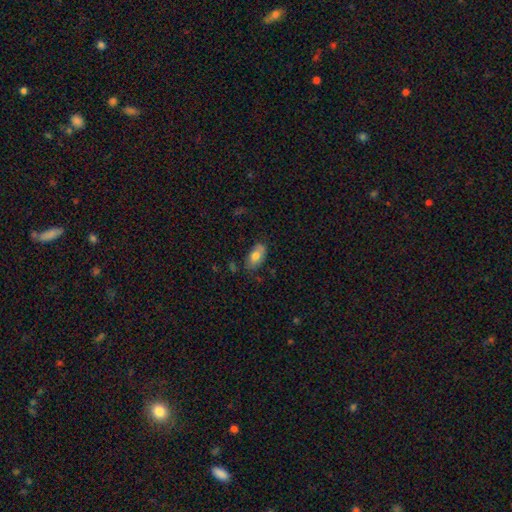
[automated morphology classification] Smooth or featured?
  - smooth: 73% *
  - featured or disk: 20%
  - star or artifact: 7%
How rounded?
  - in between: 93% *
  - round: 4%
  - cigar-shaped: 3%
Merging?
  - none: 75% *
  - minor disturbance: 19%
  - major disturbance: 4%
  - merger: 2%